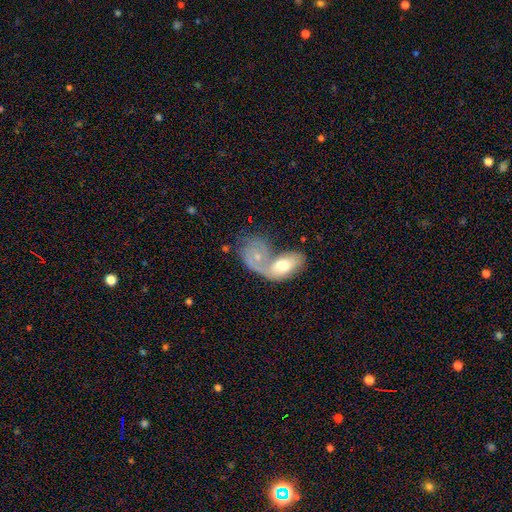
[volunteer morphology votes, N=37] Q: Smooth or featured?
A: featured or disk (73%); runner-up: smooth (24%)
Q: Edge-on disk?
A: no (96%); runner-up: yes (4%)
Q: Bar?
A: no (81%); runner-up: weak (19%)
Q: Spiral arms?
A: yes (88%); runner-up: no (12%)
Q: Spiral winding?
A: tight (39%); tied with: medium (39%)
Q: Spiral arm count?
A: 2 (87%); runner-up: can't tell (9%)
Q: Bulge size?
A: moderate (62%); runner-up: small (31%)
Q: Merging?
A: merger (75%); runner-up: none (14%)